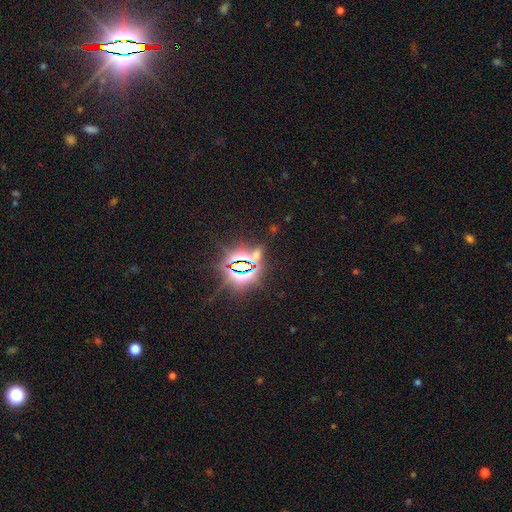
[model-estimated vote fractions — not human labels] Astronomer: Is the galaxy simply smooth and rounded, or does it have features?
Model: star or artifact — 79%.